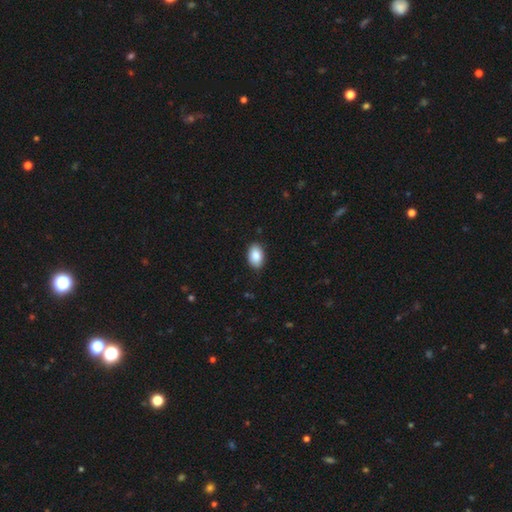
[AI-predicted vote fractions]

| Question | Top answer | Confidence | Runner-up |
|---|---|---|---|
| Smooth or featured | smooth | 89% | star or artifact (7%) |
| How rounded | in between | 91% | round (7%) |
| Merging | none | 88% | minor disturbance (10%) |